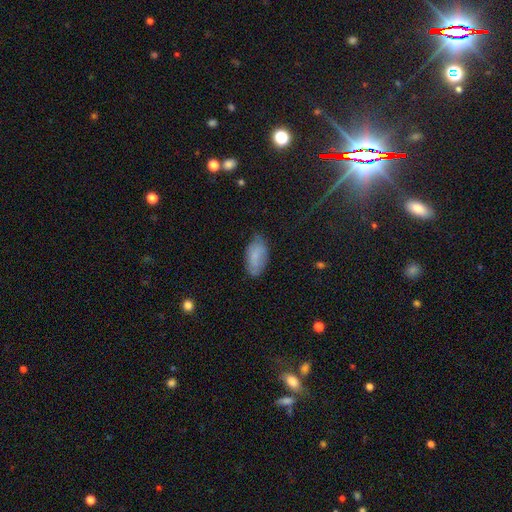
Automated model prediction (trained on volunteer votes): Overall: smooth (74%). How rounded: in between (94%). Merging: none (68%).